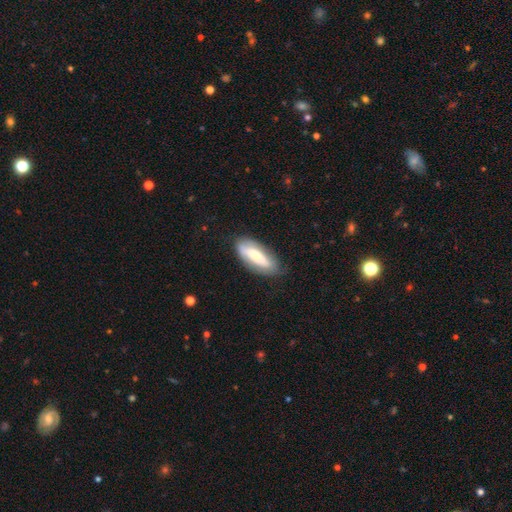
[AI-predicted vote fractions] This is possibly a smooth galaxy (51%). How rounded: likely in between (74%). Merging: likely none (77%).